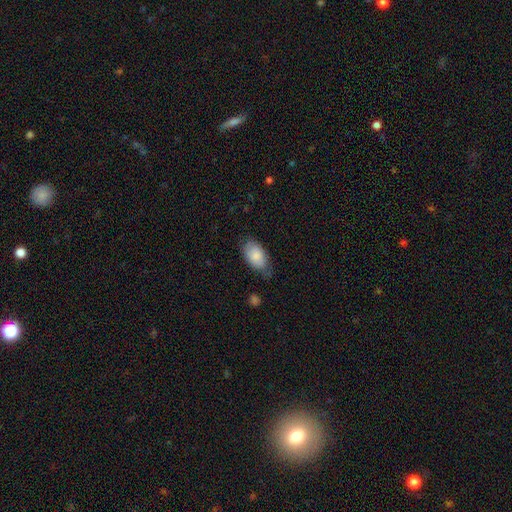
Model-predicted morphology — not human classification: Smooth or featured?
  - smooth: 85% *
  - featured or disk: 9%
  - star or artifact: 6%
How rounded?
  - in between: 94% *
  - round: 4%
  - cigar-shaped: 2%
Merging?
  - none: 62% *
  - minor disturbance: 29%
  - major disturbance: 6%
  - merger: 2%